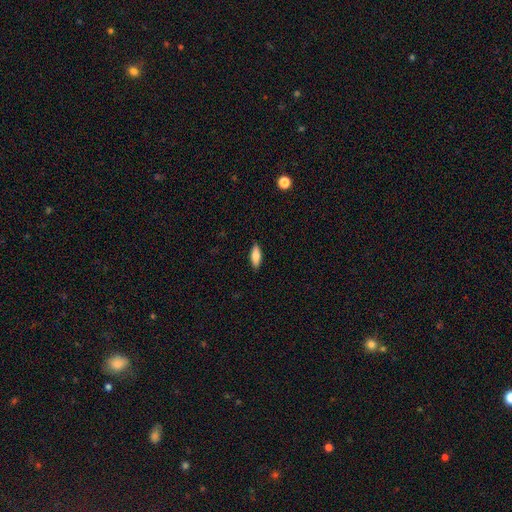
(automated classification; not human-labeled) Q: Smooth or featured?
A: smooth (81%); runner-up: featured or disk (13%)
Q: How rounded?
A: in between (65%); runner-up: cigar-shaped (33%)
Q: Merging?
A: none (89%); runner-up: minor disturbance (9%)